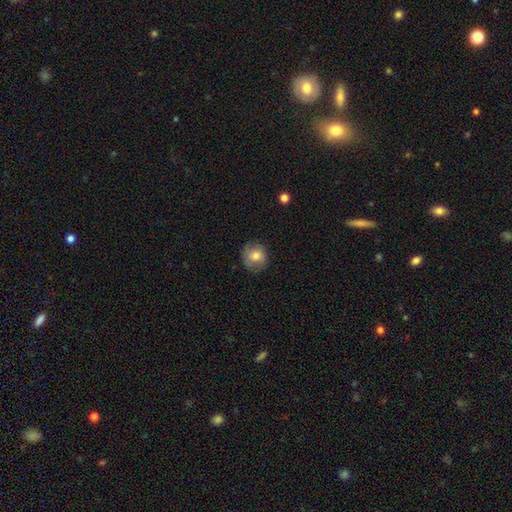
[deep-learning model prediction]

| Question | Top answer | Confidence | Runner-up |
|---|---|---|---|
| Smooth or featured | smooth | 71% | featured or disk (20%) |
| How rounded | round | 85% | in between (14%) |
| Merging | none | 78% | minor disturbance (16%) |